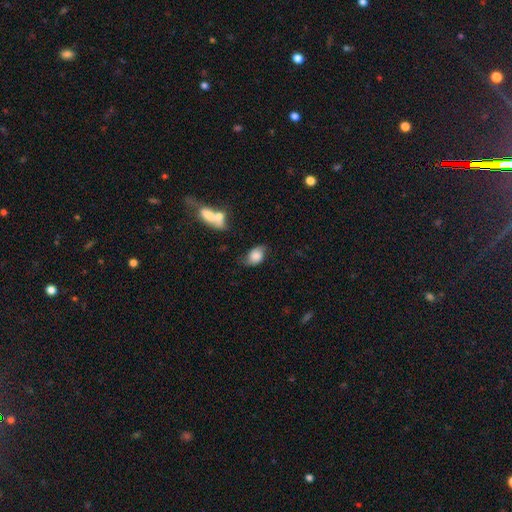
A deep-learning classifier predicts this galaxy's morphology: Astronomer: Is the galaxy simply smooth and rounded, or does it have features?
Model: smooth — 67%.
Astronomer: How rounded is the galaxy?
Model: in between — 79%.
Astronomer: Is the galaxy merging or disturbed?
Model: none — 59%.